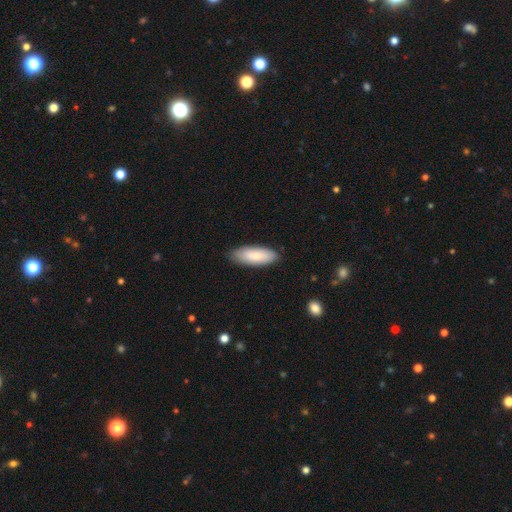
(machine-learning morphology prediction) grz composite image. It shows a smooth galaxy with no disk features (81%) that is in between round and cigar-shaped (73%). Merging: none (84%).